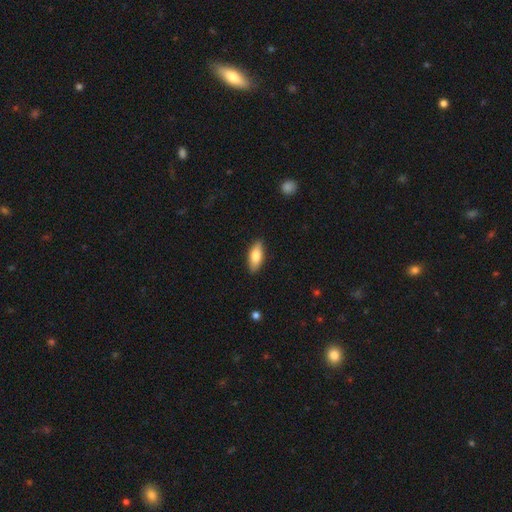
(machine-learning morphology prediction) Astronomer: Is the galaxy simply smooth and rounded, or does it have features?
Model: smooth — 78%.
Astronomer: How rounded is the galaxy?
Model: in between — 80%.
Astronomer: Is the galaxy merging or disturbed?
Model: none — 88%.